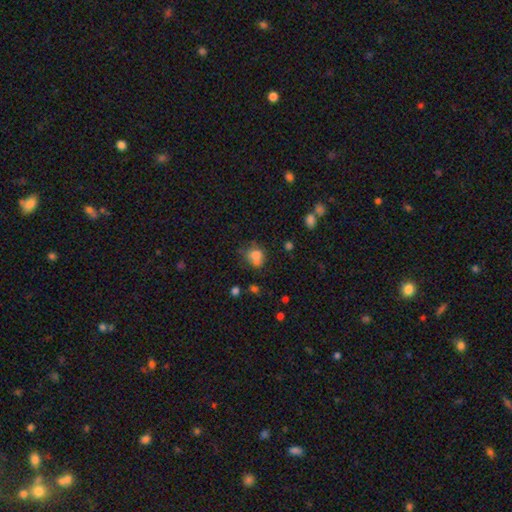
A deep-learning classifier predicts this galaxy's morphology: Smooth or featured?
  - smooth: 74% *
  - featured or disk: 13%
  - star or artifact: 12%
How rounded?
  - round: 69% *
  - in between: 30%
  - cigar-shaped: 1%
Merging?
  - none: 44% *
  - merger: 29%
  - minor disturbance: 19%
  - major disturbance: 8%